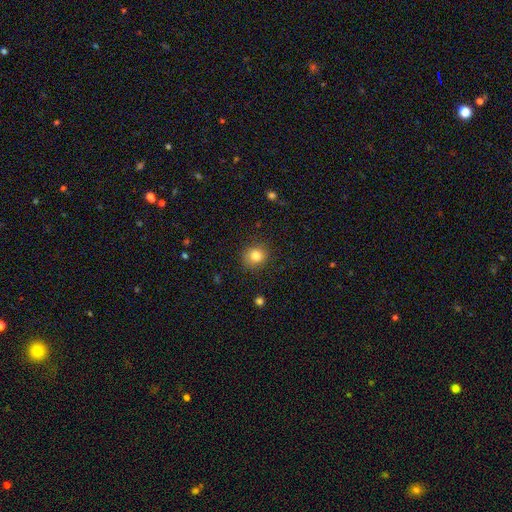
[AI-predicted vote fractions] A smooth galaxy with no disk features (83%) that is round (82%).

Vote fractions:
- Smooth or featured? smooth: 83% / star or artifact: 11% / featured or disk: 7%
- How rounded? round: 82% / in between: 17% / cigar-shaped: 1%
- Merging? none: 86% / minor disturbance: 10% / major disturbance: 3% / merger: 1%